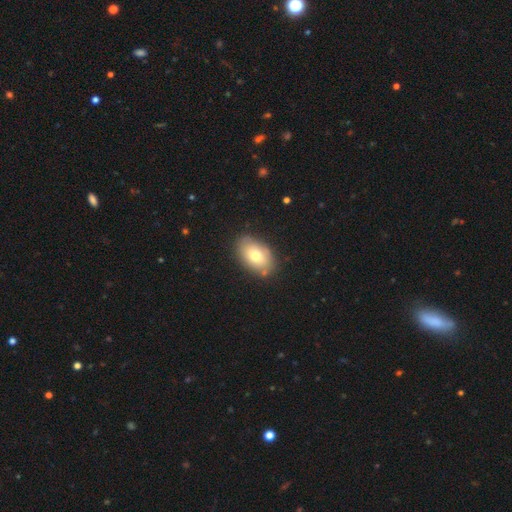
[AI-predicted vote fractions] Smooth or featured? Predicted: smooth (p=0.74). How rounded? Predicted: in between (p=0.88). Merging? Predicted: none (p=0.81).